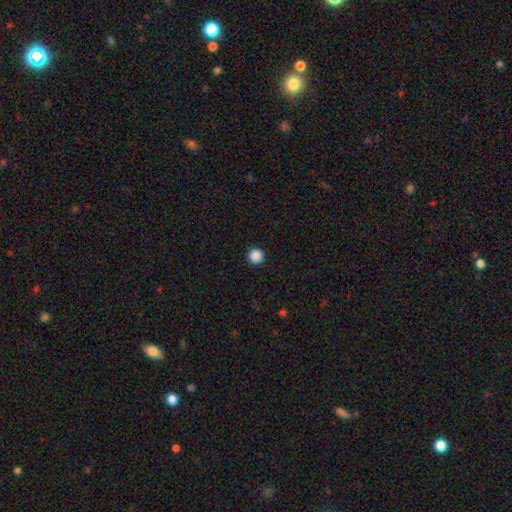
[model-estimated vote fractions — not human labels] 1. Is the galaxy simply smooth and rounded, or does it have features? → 88% smooth, 10% star or artifact, 2% featured or disk.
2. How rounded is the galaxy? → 96% round, 3% in between, 1% cigar-shaped.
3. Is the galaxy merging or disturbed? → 94% none, 4% minor disturbance, 1% major disturbance, 1% merger.